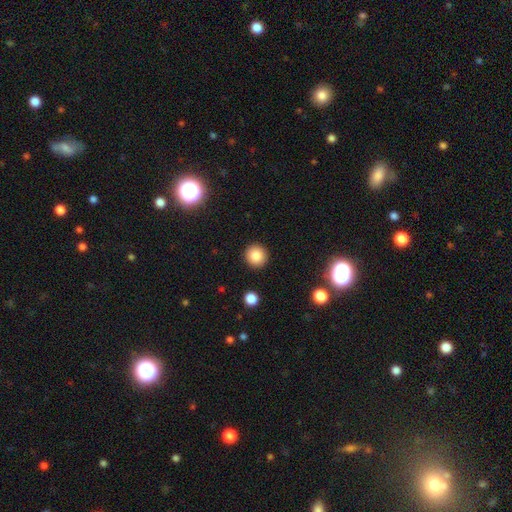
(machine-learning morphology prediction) smooth_or_featured: smooth (p=0.84) [alt: star or artifact p=0.10]
how_rounded: round (p=0.94) [alt: in between p=0.05]
merging: none (p=0.92) [alt: minor disturbance p=0.05]